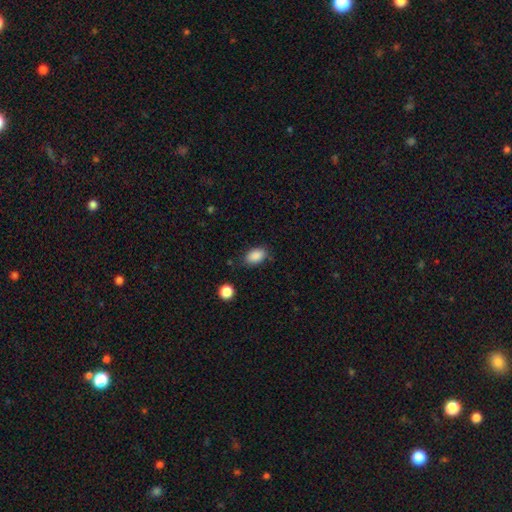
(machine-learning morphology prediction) This appears to be a smooth galaxy with no disk features (88%) that is in between round and cigar-shaped (90%). Merging: none (77%).